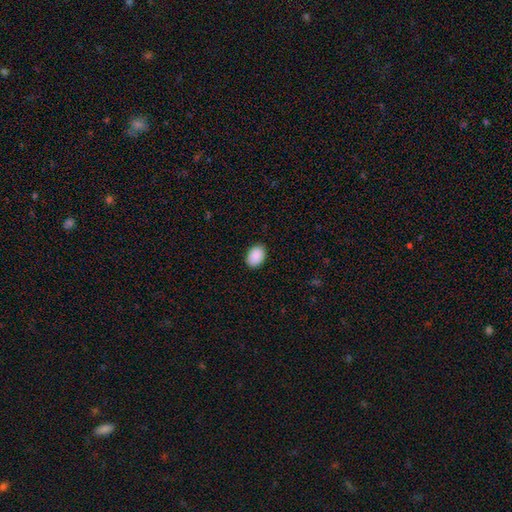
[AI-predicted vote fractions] Smooth or featured?
  - smooth: 91% *
  - star or artifact: 7%
  - featured or disk: 2%
How rounded?
  - in between: 81% *
  - round: 18%
  - cigar-shaped: 1%
Merging?
  - none: 89% *
  - minor disturbance: 8%
  - major disturbance: 2%
  - merger: 1%